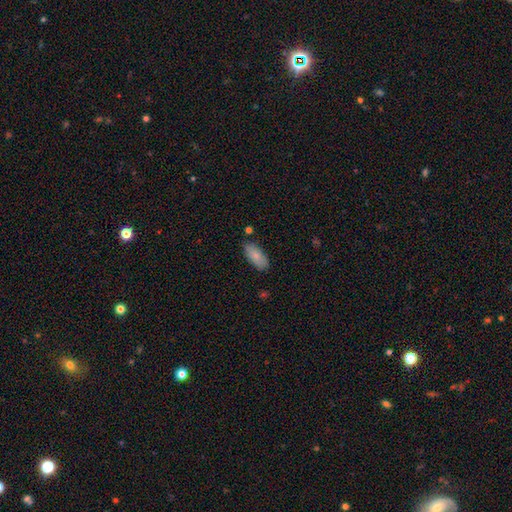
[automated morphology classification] Smooth or featured?
  - smooth: 83% *
  - featured or disk: 11%
  - star or artifact: 6%
How rounded?
  - in between: 89% *
  - cigar-shaped: 9%
  - round: 2%
Merging?
  - none: 82% *
  - minor disturbance: 13%
  - merger: 3%
  - major disturbance: 2%